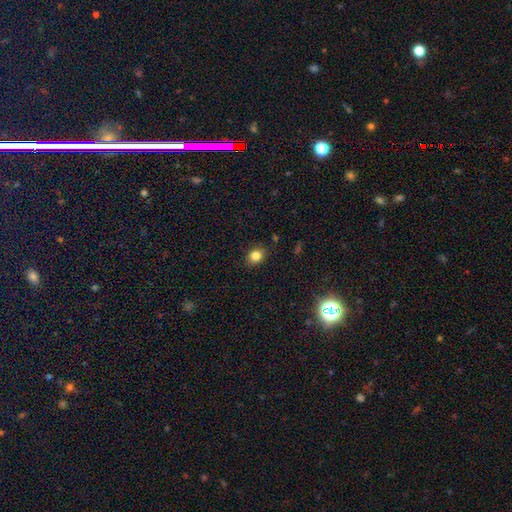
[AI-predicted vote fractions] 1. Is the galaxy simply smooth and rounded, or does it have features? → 82% smooth, 12% star or artifact, 6% featured or disk.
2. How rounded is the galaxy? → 62% round, 37% in between, 1% cigar-shaped.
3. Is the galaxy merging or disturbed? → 87% none, 9% minor disturbance, 2% major disturbance, 1% merger.